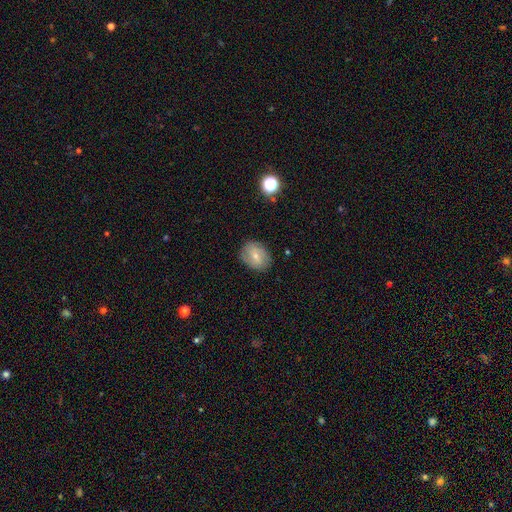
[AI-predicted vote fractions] Smooth or featured? Predicted: smooth (p=0.53). How rounded? Predicted: in between (p=0.58). Merging? Predicted: none (p=0.82).